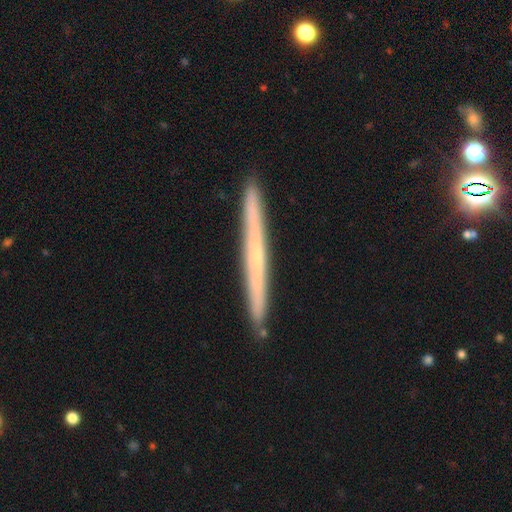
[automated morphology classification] A featured or disk galaxy (62%) viewed edge-on (96%) with no central bulge (68%). Merging: none (91%).